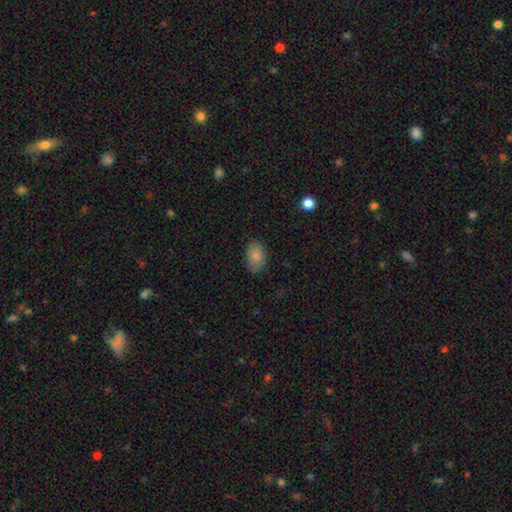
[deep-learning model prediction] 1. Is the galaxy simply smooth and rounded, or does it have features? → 85% smooth, 8% featured or disk, 8% star or artifact.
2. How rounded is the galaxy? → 90% in between, 9% round, 1% cigar-shaped.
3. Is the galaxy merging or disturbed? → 82% none, 14% minor disturbance, 3% major disturbance, 1% merger.